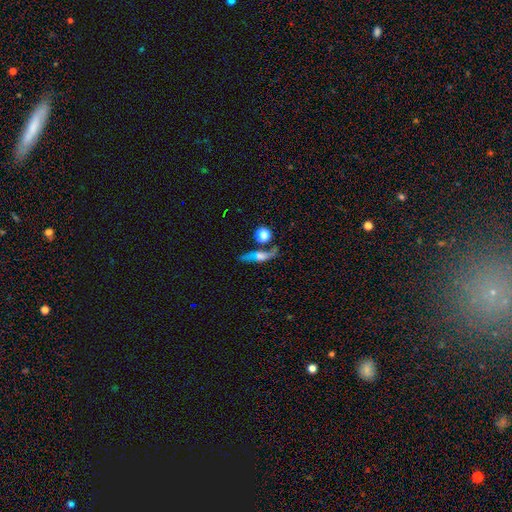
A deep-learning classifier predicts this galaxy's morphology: smooth_or_featured: featured or disk (p=0.61) [alt: smooth p=0.26]
disk_edge_on: yes (p=0.66) [alt: no p=0.34]
merging: none (p=0.67) [alt: minor disturbance p=0.15]